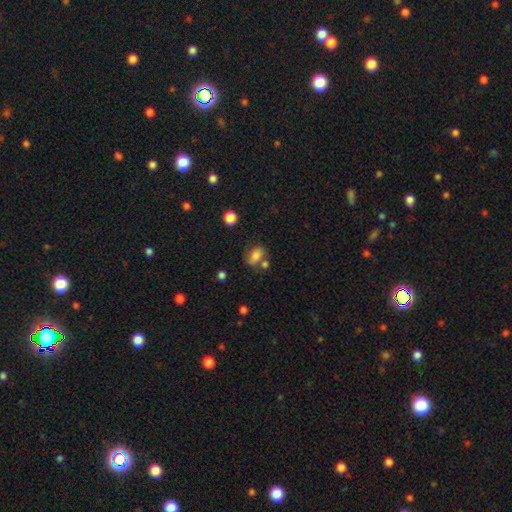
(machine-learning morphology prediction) A smooth galaxy with no disk features (75%) that is in between round and cigar-shaped (81%). Merging: none (50%).